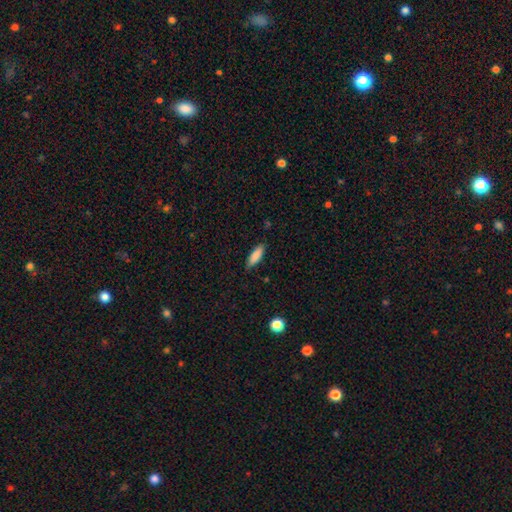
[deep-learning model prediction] The model was most divided on "how rounded": in between: 53%, cigar-shaped: 45%, round: 2%. More confident: smooth or featured — smooth (86%); merging — none (84%).